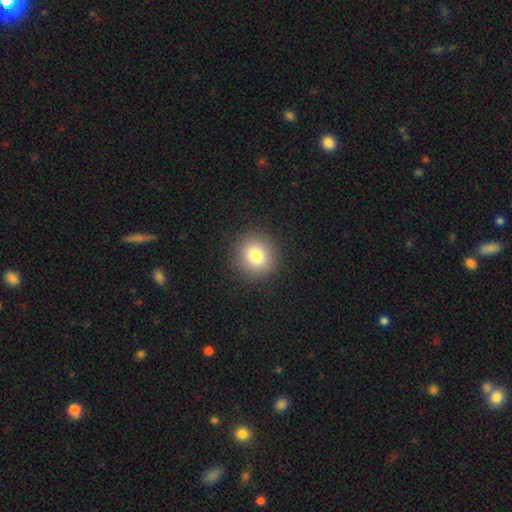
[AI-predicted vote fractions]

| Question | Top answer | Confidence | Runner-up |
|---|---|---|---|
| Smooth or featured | smooth | 81% | star or artifact (11%) |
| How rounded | round | 90% | in between (9%) |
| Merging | none | 91% | minor disturbance (6%) |